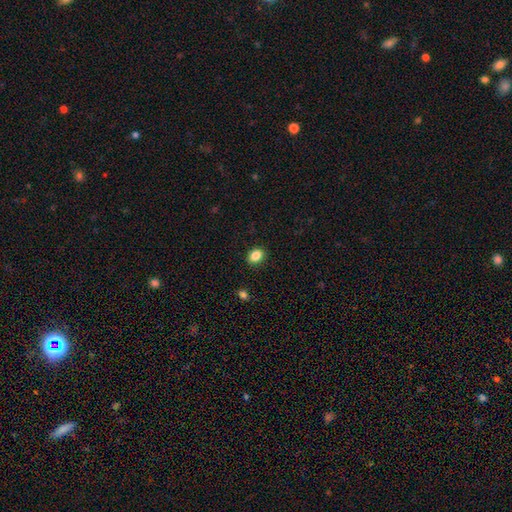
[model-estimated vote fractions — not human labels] smooth 87%, star or artifact 9%, featured or disk 4%. Down the decision tree: how rounded — in between (72%); merging — none (88%).